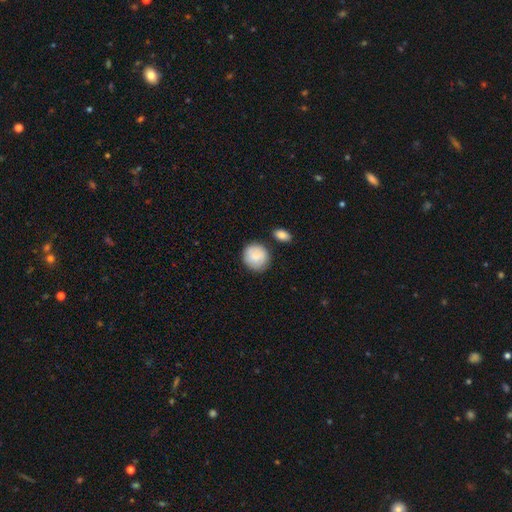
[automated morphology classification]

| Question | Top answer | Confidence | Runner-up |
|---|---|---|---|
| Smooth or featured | smooth | 85% | featured or disk (9%) |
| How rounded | round | 89% | in between (10%) |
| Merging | none | 81% | minor disturbance (11%) |